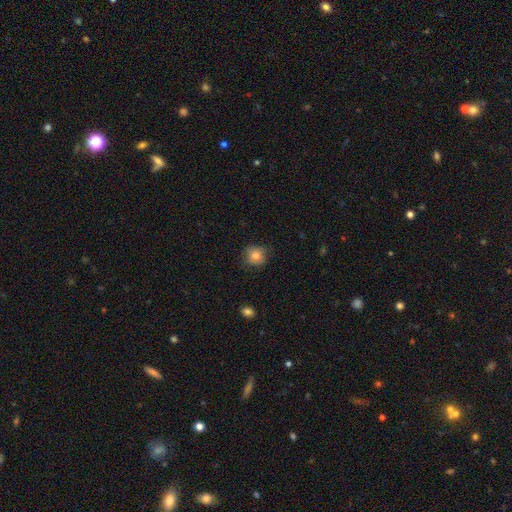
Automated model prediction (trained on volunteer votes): Smooth or featured?
  - smooth: 80% *
  - star or artifact: 10%
  - featured or disk: 10%
How rounded?
  - round: 87% *
  - in between: 13%
  - cigar-shaped: 1%
Merging?
  - none: 79% *
  - minor disturbance: 17%
  - major disturbance: 3%
  - merger: 1%